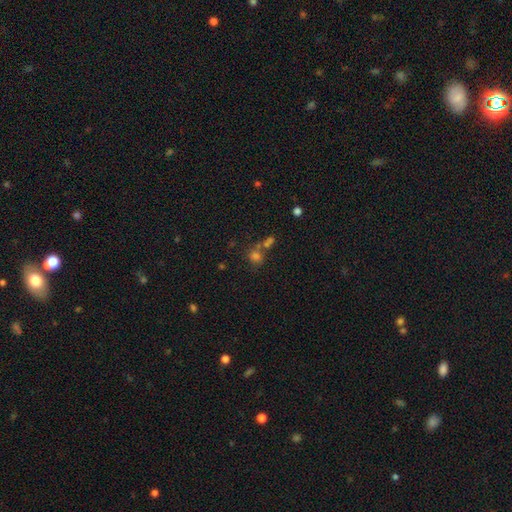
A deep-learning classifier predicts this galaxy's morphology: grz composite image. It shows a smooth galaxy with no disk features (67%) that is round (81%). Merging: none (53%).